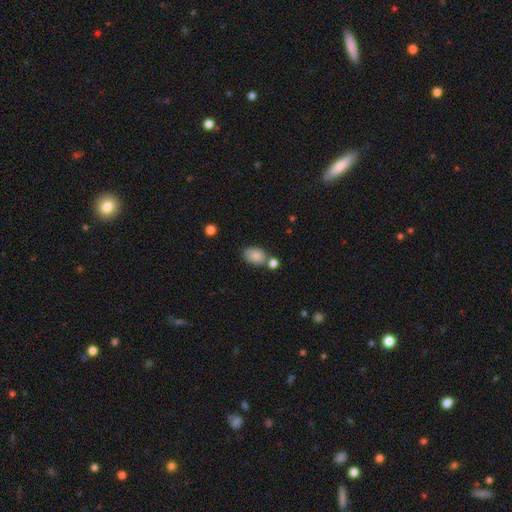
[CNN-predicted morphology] type=smooth (84%); roundness=in between (85%); merging=none (61%).